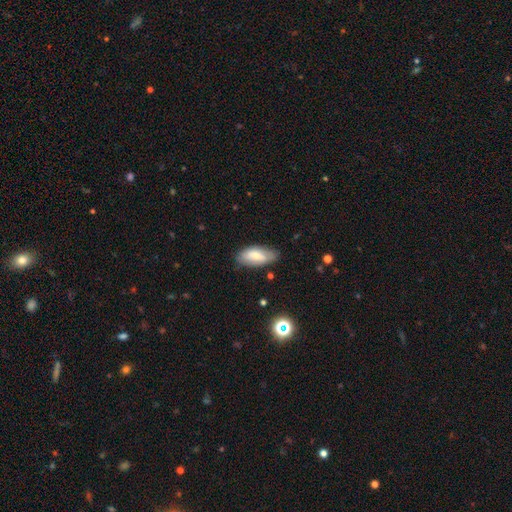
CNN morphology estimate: A smooth galaxy with no disk features (65%) that is in between round and cigar-shaped (89%). Merging: none (71%).